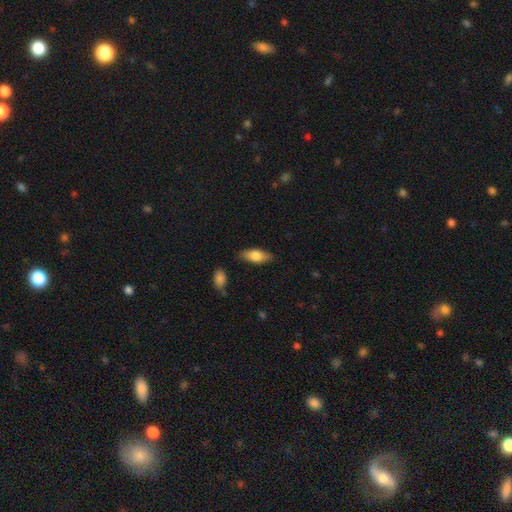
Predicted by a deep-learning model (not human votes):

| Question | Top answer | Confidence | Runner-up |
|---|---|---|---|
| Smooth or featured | smooth | 75% | featured or disk (19%) |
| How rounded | in between | 79% | cigar-shaped (18%) |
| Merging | none | 83% | minor disturbance (13%) |